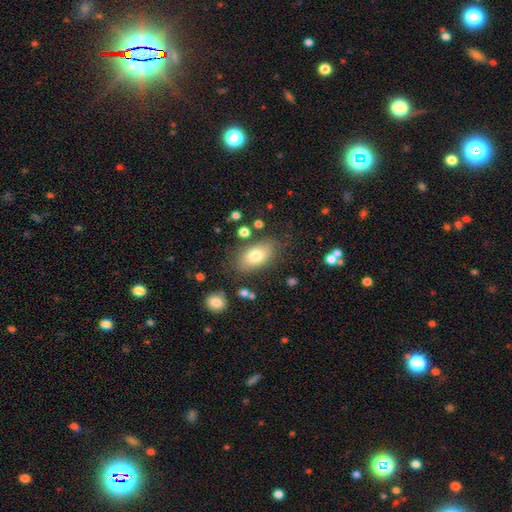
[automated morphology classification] type=smooth (77%); roundness=in between (89%); merging=none (77%).